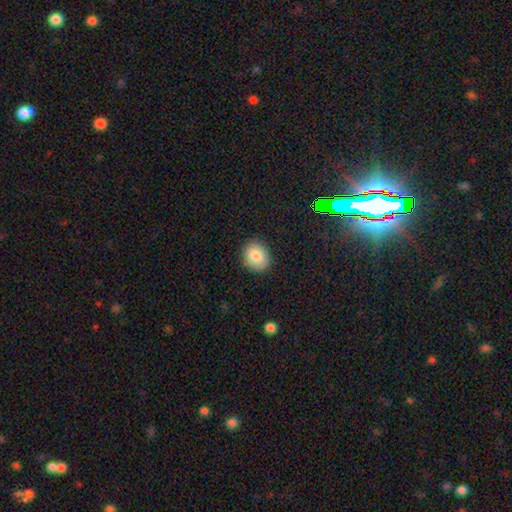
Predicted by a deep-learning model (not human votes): The model was most divided on "how rounded": round: 62%, in between: 37%, cigar-shaped: 1%. More confident: merging — none (86%); smooth or featured — smooth (82%).